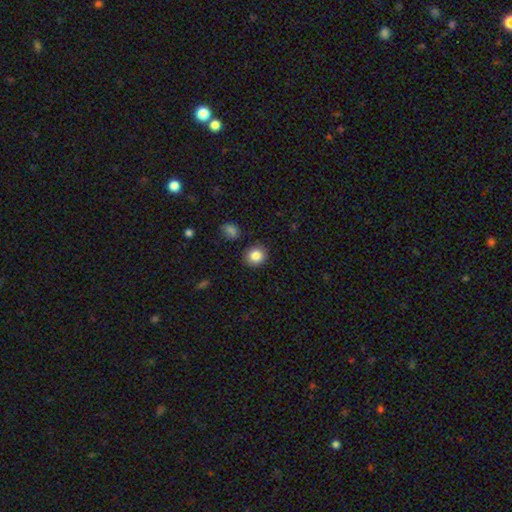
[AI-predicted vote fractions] This is clearly a smooth galaxy (85%). How rounded: clearly round (85%). Merging: clearly none (89%).